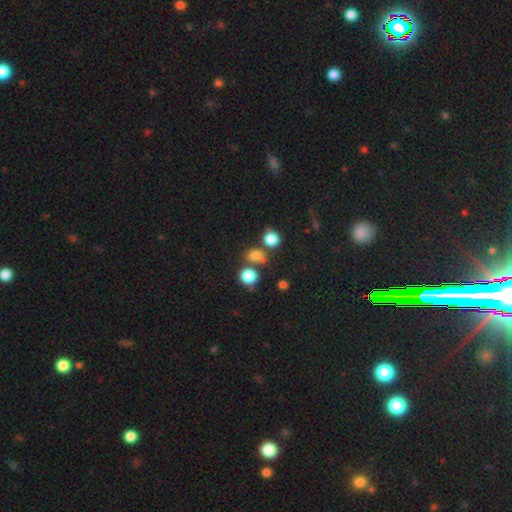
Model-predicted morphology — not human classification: type=smooth (76%); roundness=round (73%); merging=none (61%).